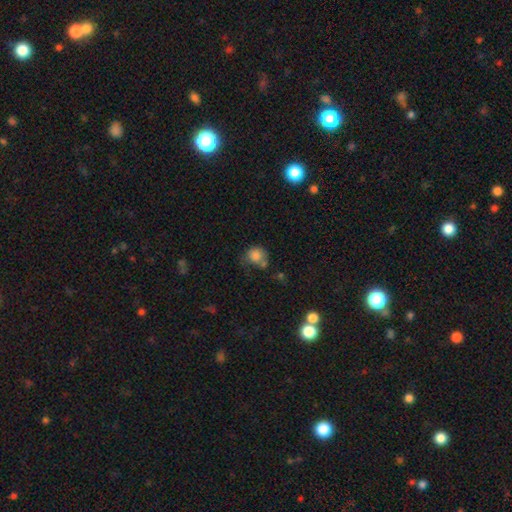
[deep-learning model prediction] smooth 80%, star or artifact 11%, featured or disk 10%. Down the decision tree: how rounded — round (76%); merging — none (43%).